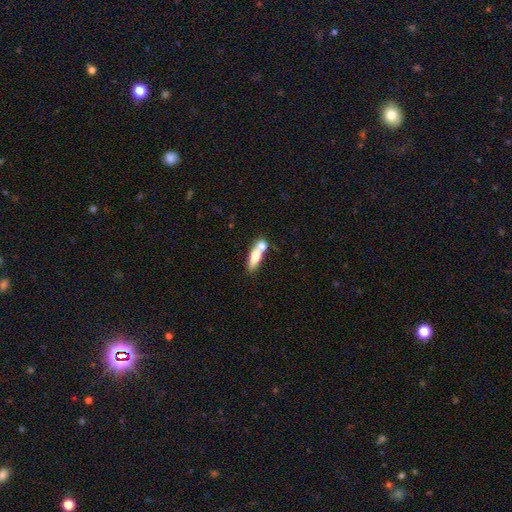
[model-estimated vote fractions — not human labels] Morphology: type=smooth (65%); roundness=in between (54%); merging=merger (47%).